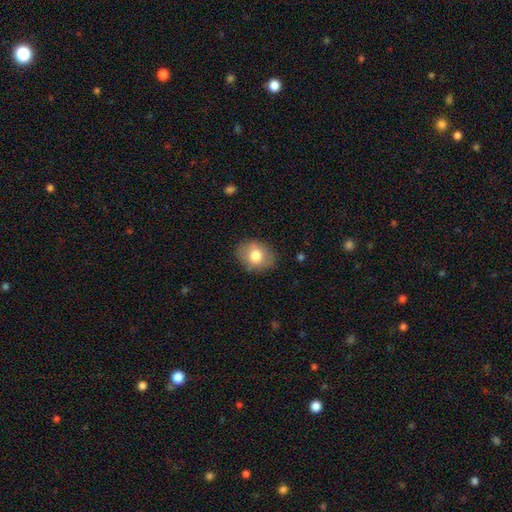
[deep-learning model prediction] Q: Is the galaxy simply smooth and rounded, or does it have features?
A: smooth — 76%.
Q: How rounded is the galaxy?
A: in between — 60%.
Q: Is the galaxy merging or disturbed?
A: none — 81%.